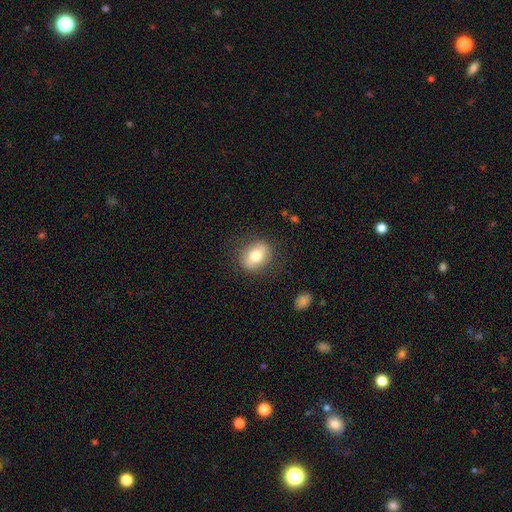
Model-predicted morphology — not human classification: Smooth or featured?
  - smooth: 70% *
  - featured or disk: 22%
  - star or artifact: 8%
How rounded?
  - in between: 58% *
  - round: 40%
  - cigar-shaped: 2%
Merging?
  - none: 82% *
  - minor disturbance: 12%
  - major disturbance: 4%
  - merger: 1%